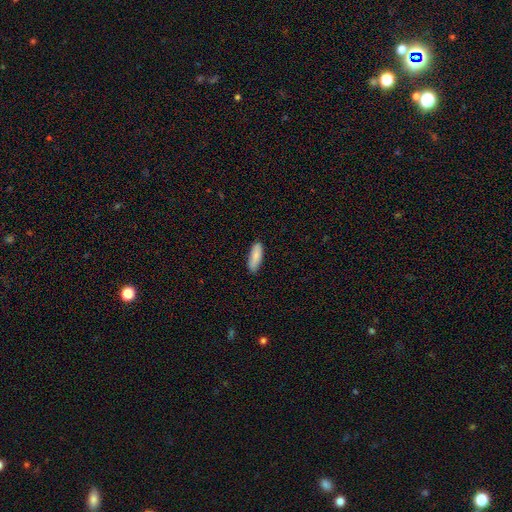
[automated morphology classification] This appears to be a smooth galaxy with no disk features (86%) that is in between round and cigar-shaped (59%). Merging: none (88%).